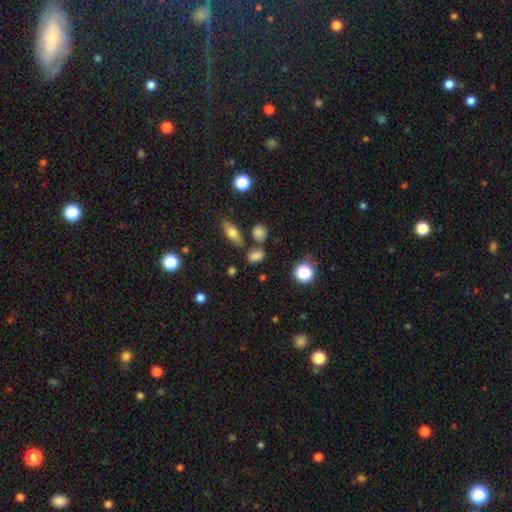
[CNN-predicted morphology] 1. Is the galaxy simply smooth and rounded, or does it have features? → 77% smooth, 14% star or artifact, 9% featured or disk.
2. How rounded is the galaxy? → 75% in between, 19% round, 6% cigar-shaped.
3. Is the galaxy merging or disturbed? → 67% none, 15% minor disturbance, 14% merger, 5% major disturbance.